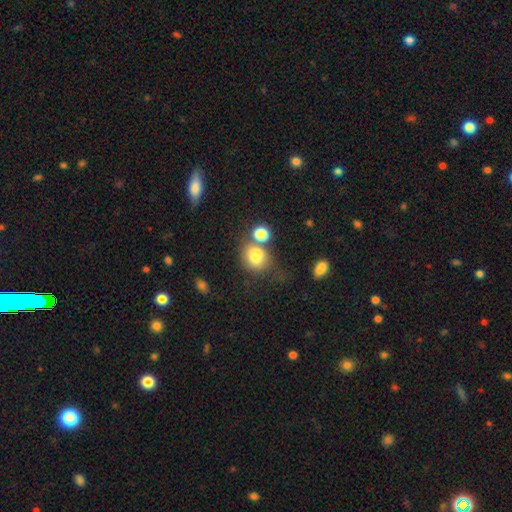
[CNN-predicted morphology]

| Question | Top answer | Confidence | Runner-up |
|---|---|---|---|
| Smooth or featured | smooth | 75% | featured or disk (13%) |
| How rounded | round | 65% | in between (34%) |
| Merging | none | 41% | merger (35%) |